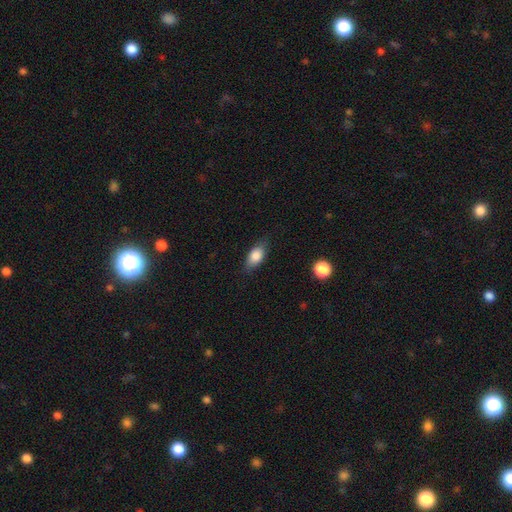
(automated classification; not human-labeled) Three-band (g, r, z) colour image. It shows a smooth galaxy with no disk features (81%) that is in between round and cigar-shaped (84%). Merging: none (80%).